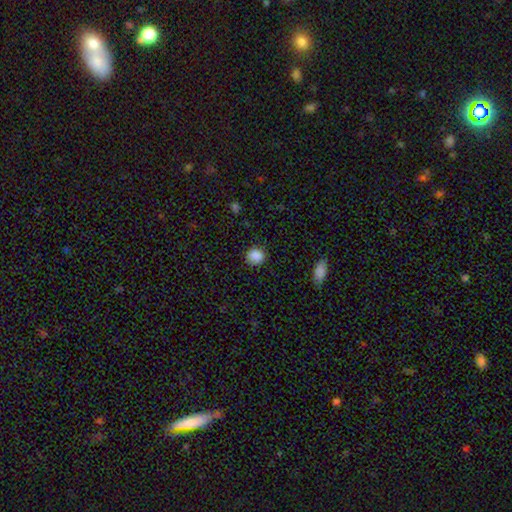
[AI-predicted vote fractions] Smooth or featured?
  - smooth: 88% *
  - star or artifact: 9%
  - featured or disk: 3%
How rounded?
  - round: 81% *
  - in between: 18%
  - cigar-shaped: 1%
Merging?
  - none: 86% *
  - minor disturbance: 10%
  - major disturbance: 3%
  - merger: 1%